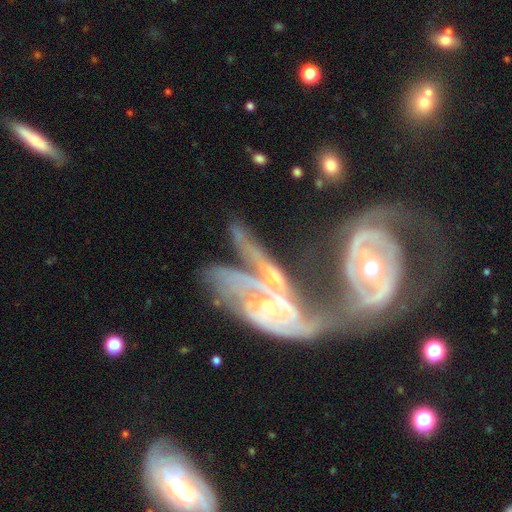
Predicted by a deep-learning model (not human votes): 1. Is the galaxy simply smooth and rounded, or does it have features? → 83% featured or disk, 10% smooth, 7% star or artifact.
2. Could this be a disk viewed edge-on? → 91% no, 9% yes.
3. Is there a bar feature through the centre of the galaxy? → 64% no, 23% weak, 13% strong.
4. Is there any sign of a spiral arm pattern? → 80% yes, 20% no.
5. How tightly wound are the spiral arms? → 37% medium, 32% tight, 30% loose.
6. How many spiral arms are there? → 44% 2, 32% can't tell, 9% 3, 6% 1, 4% 4, 4% more than 4.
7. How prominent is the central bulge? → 49% small, 43% moderate, 4% none, 3% large, 1% dominant.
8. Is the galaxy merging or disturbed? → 64% merger, 17% major disturbance, 10% none, 8% minor disturbance.